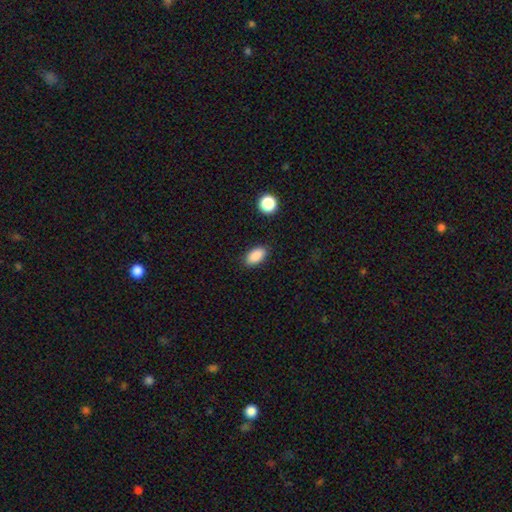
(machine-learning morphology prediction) smooth-or-featured: smooth: 89% | star or artifact: 8% | featured or disk: 4%
  how-rounded: in between: 92% | round: 5% | cigar-shaped: 3%
  merging: none: 87% | minor disturbance: 9% | major disturbance: 3% | merger: 2%